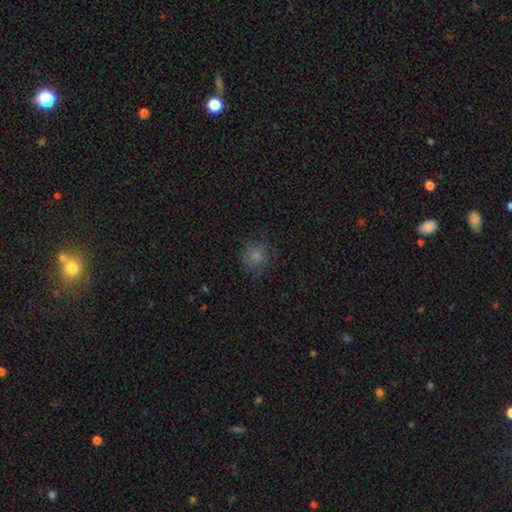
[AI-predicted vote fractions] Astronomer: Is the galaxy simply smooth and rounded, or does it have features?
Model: smooth — 79%.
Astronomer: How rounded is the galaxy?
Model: round — 85%.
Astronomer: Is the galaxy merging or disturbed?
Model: none — 76%.